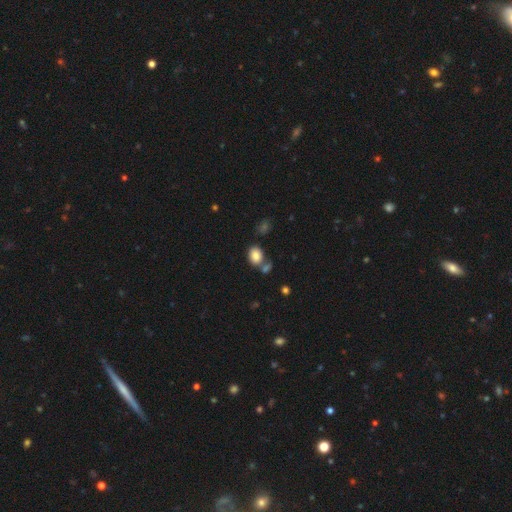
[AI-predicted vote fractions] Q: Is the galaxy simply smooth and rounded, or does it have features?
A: smooth — 83%.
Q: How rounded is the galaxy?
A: in between — 62%.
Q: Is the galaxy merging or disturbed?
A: none — 61%.